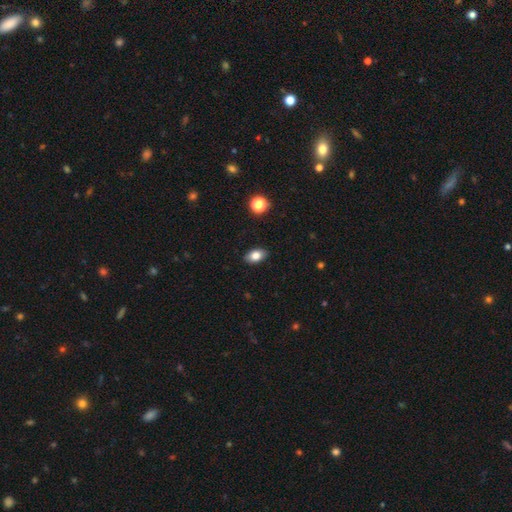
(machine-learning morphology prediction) smooth 81%, featured or disk 9%, star or artifact 9%. Down the decision tree: how rounded — in between (88%); merging — none (88%).